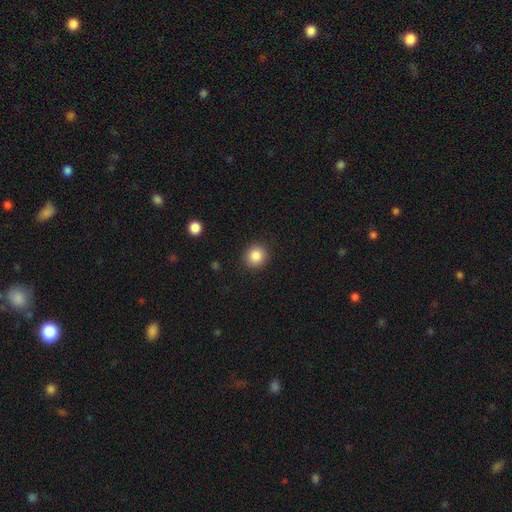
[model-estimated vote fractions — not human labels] Smooth or featured: smooth — 86% (star or artifact — 10%)
How rounded: round — 87% (in between — 12%)
Merging: none — 90% (minor disturbance — 7%)